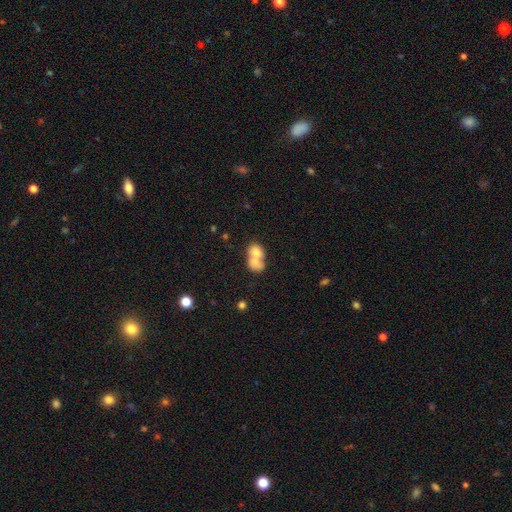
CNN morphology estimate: Smooth or featured: smooth — 71% (featured or disk — 21%)
How rounded: in between — 58% (round — 40%)
Merging: merger — 76% (none — 15%)